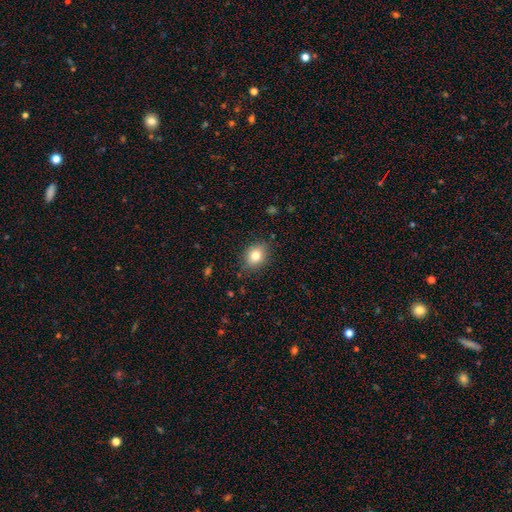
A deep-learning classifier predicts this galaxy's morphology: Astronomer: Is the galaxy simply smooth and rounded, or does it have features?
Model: smooth — 80%.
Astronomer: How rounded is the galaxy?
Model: in between — 54% (runner-up: round, 45%).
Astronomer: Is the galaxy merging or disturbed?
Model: none — 82%.